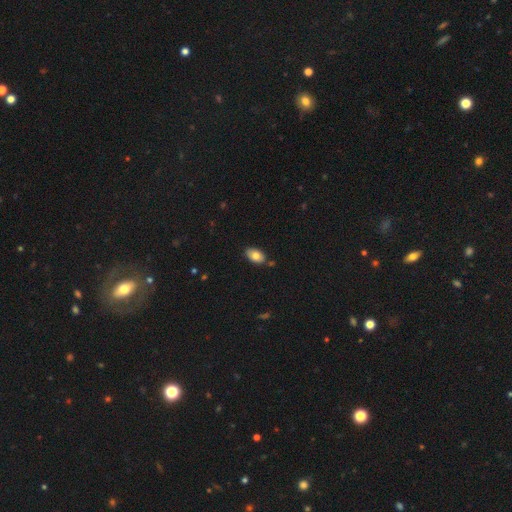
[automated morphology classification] A smooth galaxy with no disk features (79%) that is in between round and cigar-shaped (93%).

Vote fractions:
- Smooth or featured? smooth: 79% / featured or disk: 14% / star or artifact: 7%
- How rounded? in between: 93% / round: 6% / cigar-shaped: 2%
- Merging? none: 80% / minor disturbance: 13% / merger: 4% / major disturbance: 2%